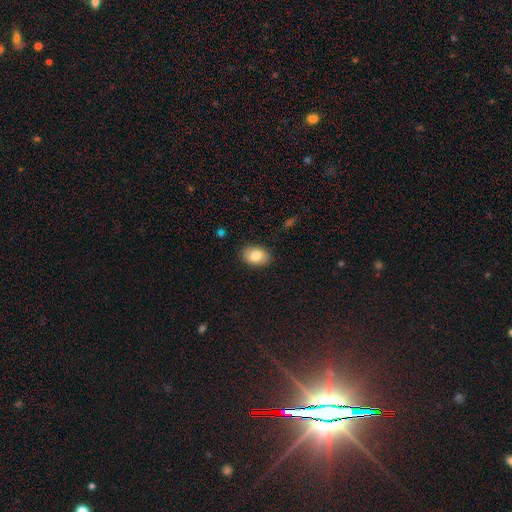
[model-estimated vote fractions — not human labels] A smooth galaxy with no disk features (82%) that is in between round and cigar-shaped (85%).

Vote fractions:
- Smooth or featured? smooth: 82% / featured or disk: 10% / star or artifact: 7%
- How rounded? in between: 85% / round: 14% / cigar-shaped: 1%
- Merging? none: 88% / minor disturbance: 9% / major disturbance: 2% / merger: 1%